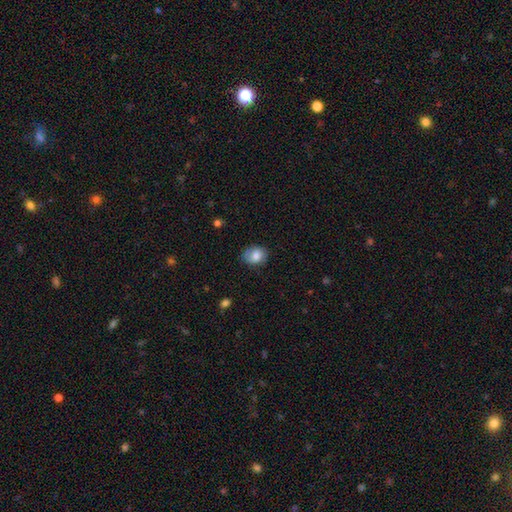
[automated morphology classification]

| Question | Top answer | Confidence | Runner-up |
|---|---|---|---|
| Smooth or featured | smooth | 76% | featured or disk (16%) |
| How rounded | in between | 54% | round (45%) |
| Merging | none | 74% | minor disturbance (20%) |